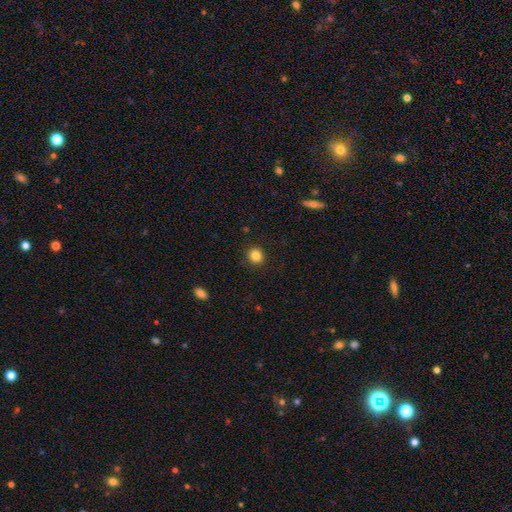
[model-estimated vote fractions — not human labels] A smooth galaxy with no disk features (84%) that is round (88%). Merging: none (92%).